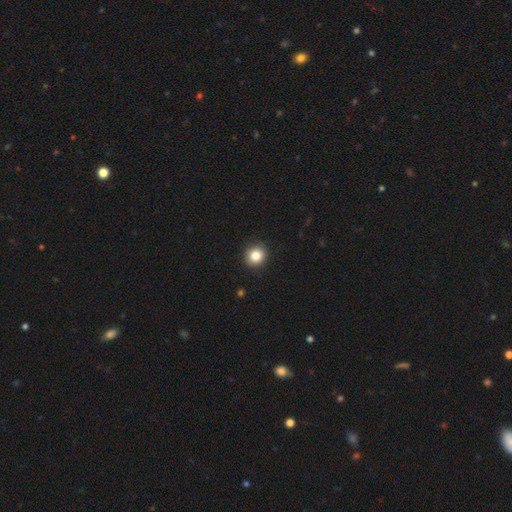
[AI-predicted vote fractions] This appears to be a smooth galaxy with no disk features (83%) that is round (87%). Merging: none (91%).